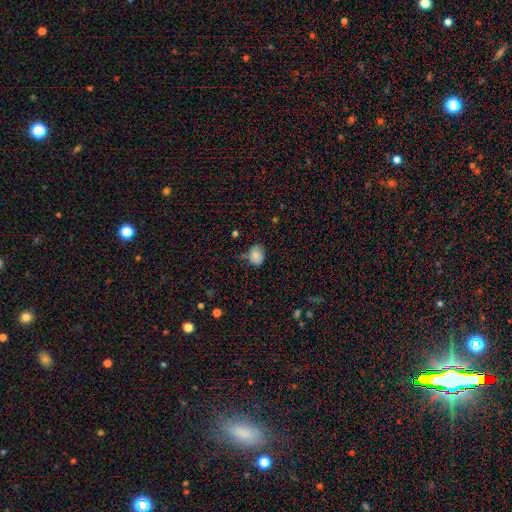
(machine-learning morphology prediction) This is clearly a smooth galaxy (86%). How rounded: likely in between (62%). Merging: likely none (65%).